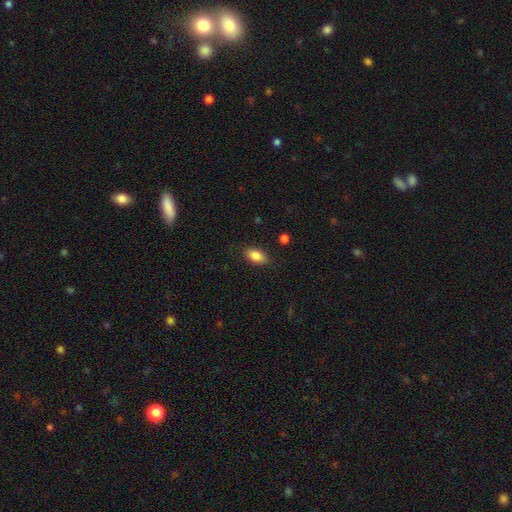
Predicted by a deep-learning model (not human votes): Smooth or featured? Predicted: smooth (p=0.85). How rounded? Predicted: in between (p=0.90). Merging? Predicted: none (p=0.85).